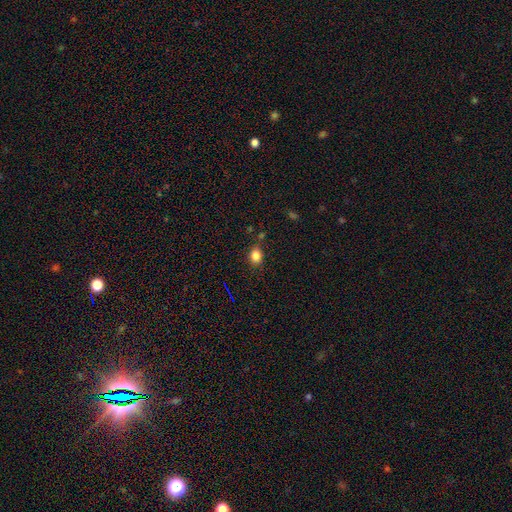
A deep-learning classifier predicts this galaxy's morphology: smooth_or_featured: smooth (p=0.82) [alt: star or artifact p=0.13]
how_rounded: round (p=0.54) [alt: in between p=0.45]
merging: none (p=0.78) [alt: minor disturbance p=0.14]